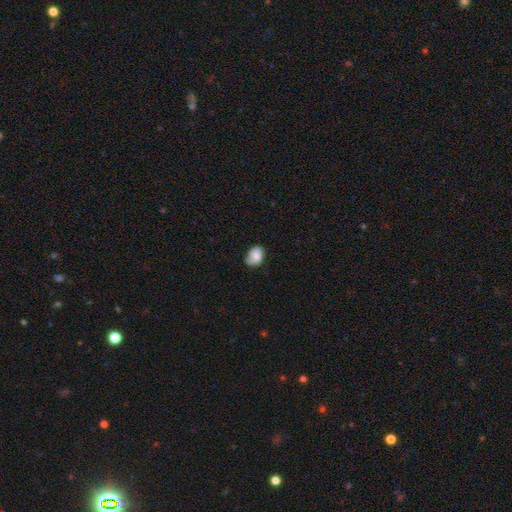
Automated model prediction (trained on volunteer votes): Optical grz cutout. It shows a smooth galaxy with no disk features (81%) that is in between round and cigar-shaped (75%). Merging: none (58%).